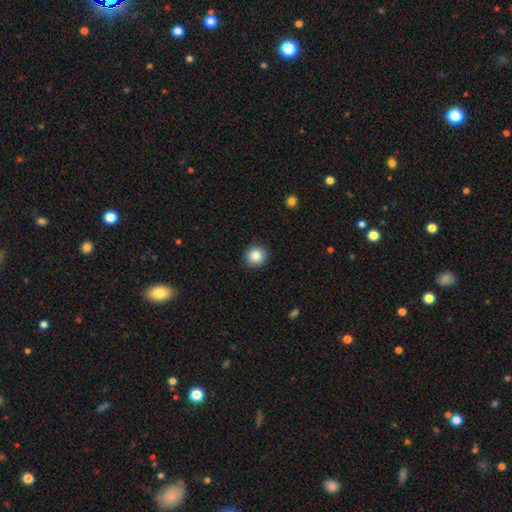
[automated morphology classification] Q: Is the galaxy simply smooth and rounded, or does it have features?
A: smooth — 87%.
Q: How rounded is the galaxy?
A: round — 94%.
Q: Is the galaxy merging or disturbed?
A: none — 92%.